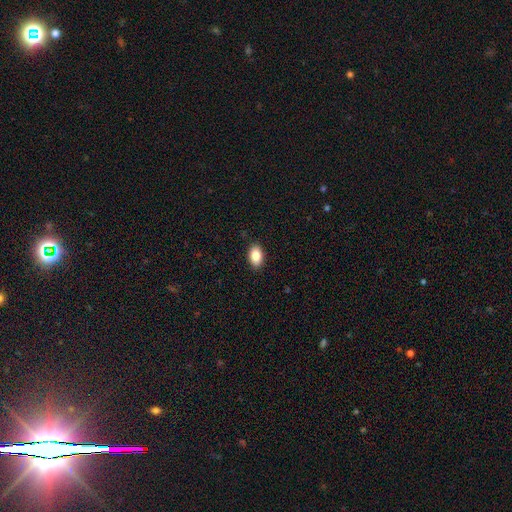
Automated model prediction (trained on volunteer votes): Smooth or featured: smooth — 87% (star or artifact — 7%)
How rounded: in between — 91% (round — 8%)
Merging: none — 90% (minor disturbance — 7%)